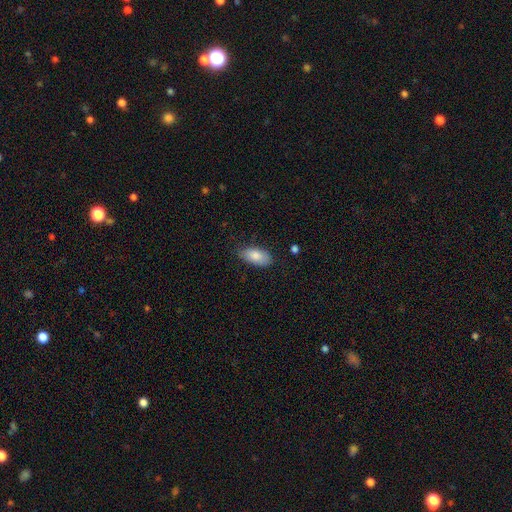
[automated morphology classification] This appears to be a smooth galaxy with no disk features (84%) that is in between round and cigar-shaped (91%). Merging: none (77%).